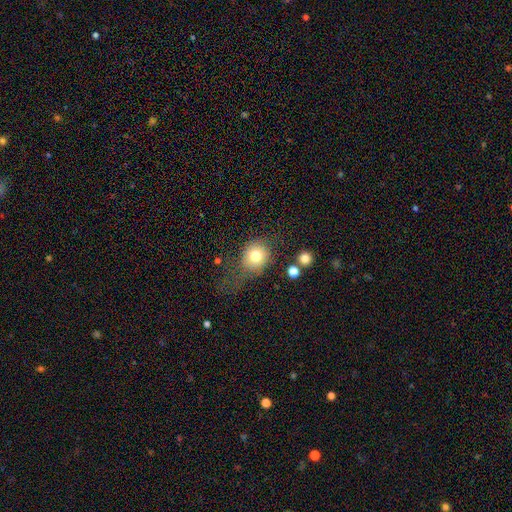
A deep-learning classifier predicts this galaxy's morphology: smooth_or_featured: smooth (p=0.77) [alt: featured or disk p=0.12]
how_rounded: round (p=0.79) [alt: in between p=0.20]
merging: none (p=0.49) [alt: major disturbance p=0.23]